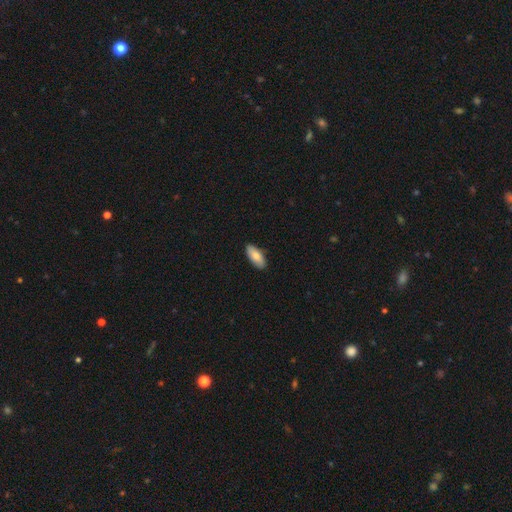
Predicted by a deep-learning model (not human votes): Q: Smooth or featured?
A: smooth (82%); runner-up: featured or disk (13%)
Q: How rounded?
A: in between (87%); runner-up: cigar-shaped (11%)
Q: Merging?
A: none (88%); runner-up: minor disturbance (10%)